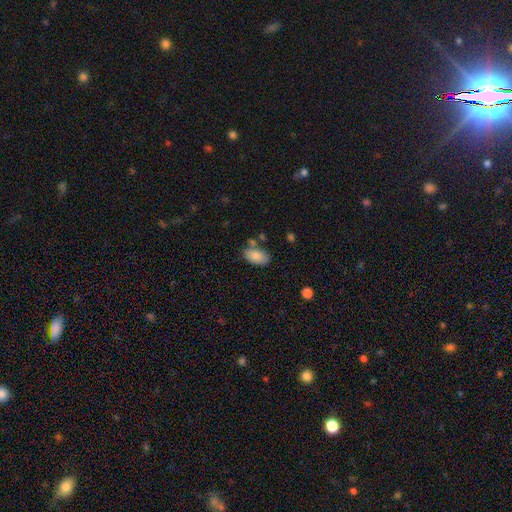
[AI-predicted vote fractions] smooth 86%, featured or disk 7%, star or artifact 7%. Down the decision tree: how rounded — in between (93%); merging — none (67%).